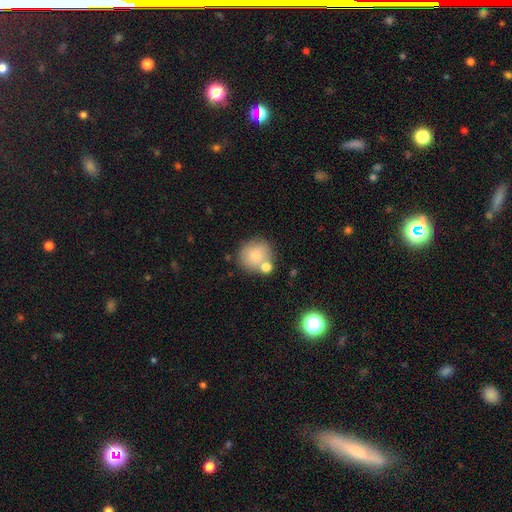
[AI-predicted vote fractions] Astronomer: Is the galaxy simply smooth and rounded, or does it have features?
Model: smooth — 77%.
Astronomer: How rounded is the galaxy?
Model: round — 91%.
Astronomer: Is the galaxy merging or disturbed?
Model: none — 64%.